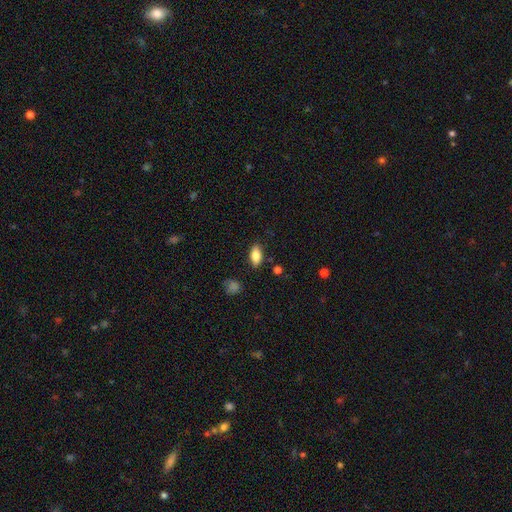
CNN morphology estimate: type=smooth (82%); roundness=in between (88%); merging=none (83%).